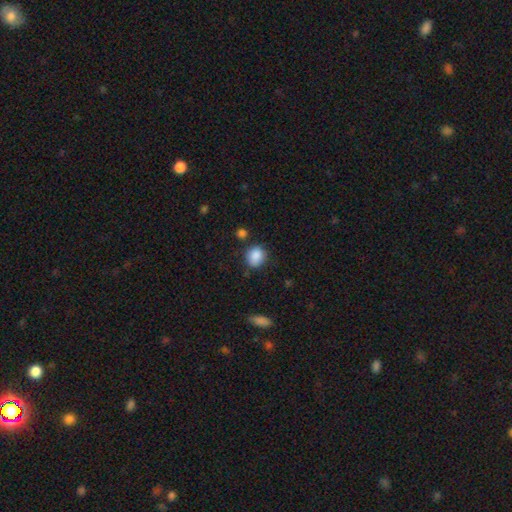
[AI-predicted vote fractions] Smooth or featured? smooth (87%)
How rounded? round (73%)
Merging? none (72%)